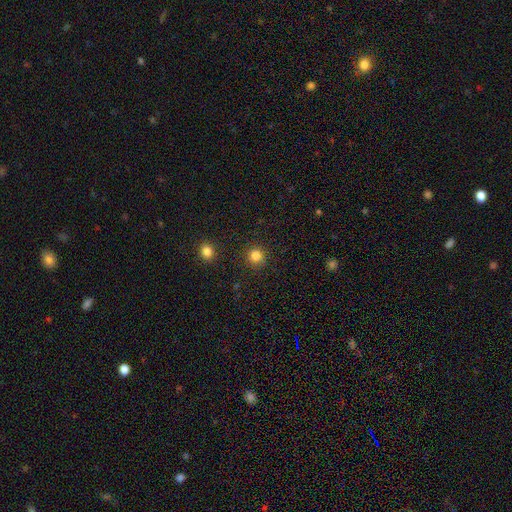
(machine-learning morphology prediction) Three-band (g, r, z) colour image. It shows a smooth galaxy with no disk features (83%) that is round (93%). Merging: none (90%).